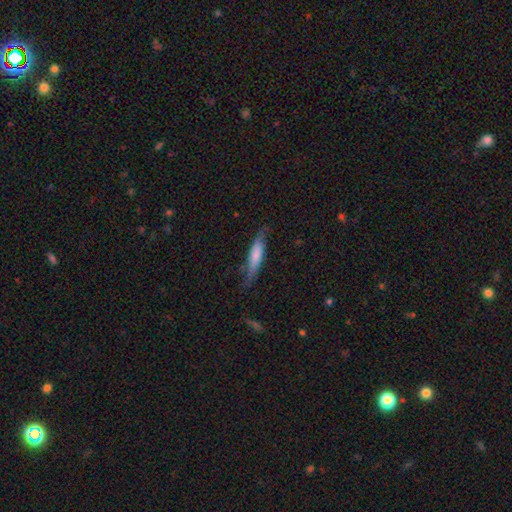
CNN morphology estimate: This appears to be a smooth galaxy with no disk features (63%) that is cigar-shaped (79%). Merging: none (66%).